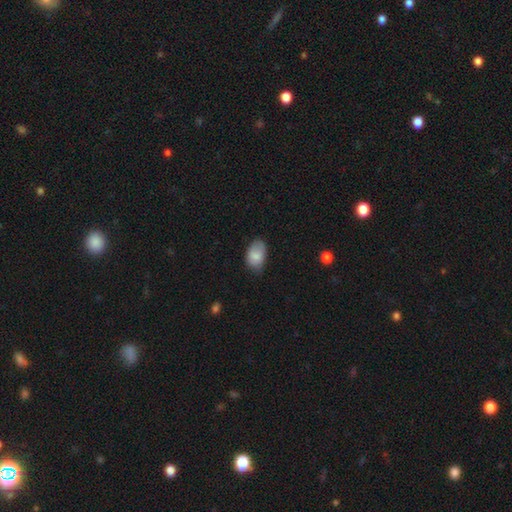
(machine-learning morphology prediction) Q: Smooth or featured?
A: smooth (84%); runner-up: featured or disk (9%)
Q: How rounded?
A: in between (90%); runner-up: round (9%)
Q: Merging?
A: none (58%); runner-up: minor disturbance (34%)